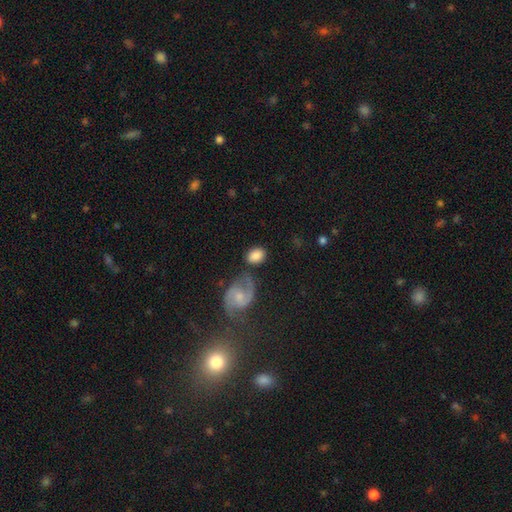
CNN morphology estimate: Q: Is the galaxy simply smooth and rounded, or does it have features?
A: smooth — 76%.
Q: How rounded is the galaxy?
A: in between — 72%.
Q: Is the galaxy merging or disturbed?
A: none — 64%.